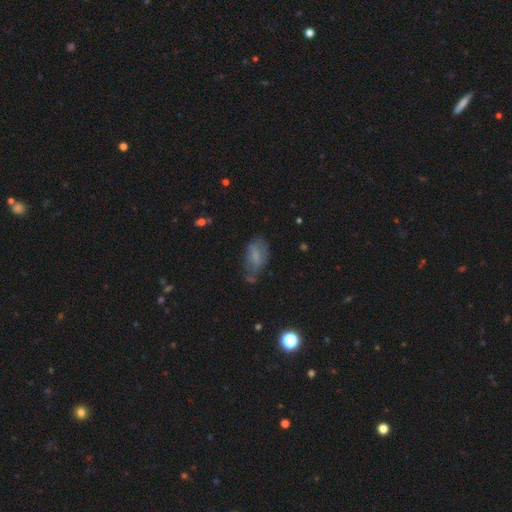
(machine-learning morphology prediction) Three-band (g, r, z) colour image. It shows a smooth galaxy with no disk features (64%) that is in between round and cigar-shaped (89%). Merging: none (46%).